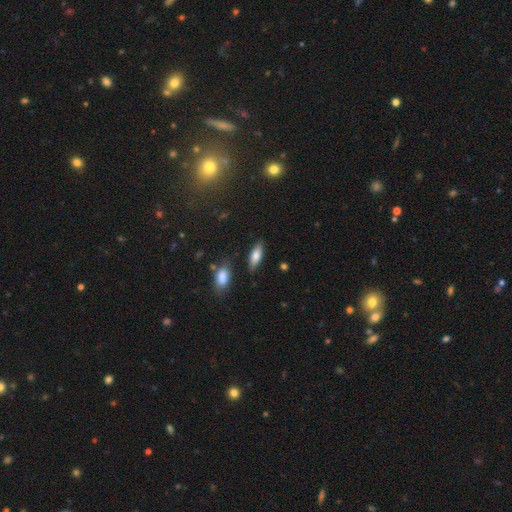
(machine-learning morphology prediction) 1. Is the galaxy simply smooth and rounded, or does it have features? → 77% smooth, 16% featured or disk, 7% star or artifact.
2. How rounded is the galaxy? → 69% in between, 29% cigar-shaped, 2% round.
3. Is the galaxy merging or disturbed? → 82% none, 12% minor disturbance, 3% merger, 3% major disturbance.